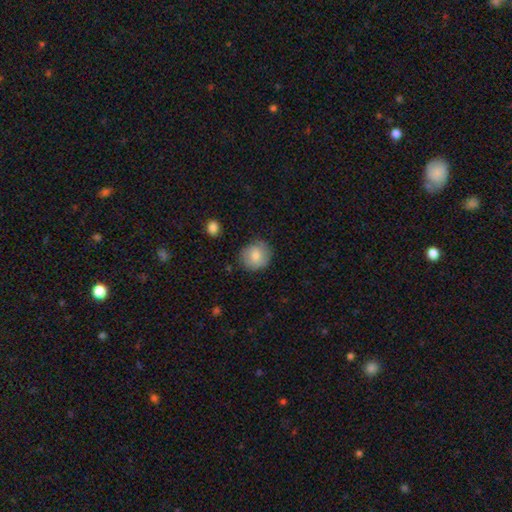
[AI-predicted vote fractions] smooth 75%, featured or disk 18%, star or artifact 7%. Down the decision tree: how rounded — round (85%); merging — none (80%).